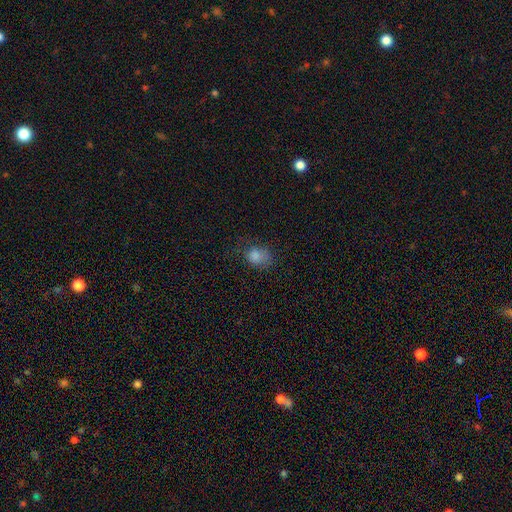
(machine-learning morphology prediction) Q: Smooth or featured?
A: smooth (78%); runner-up: star or artifact (13%)
Q: How rounded?
A: in between (54%); runner-up: round (45%)
Q: Merging?
A: none (51%); runner-up: minor disturbance (29%)